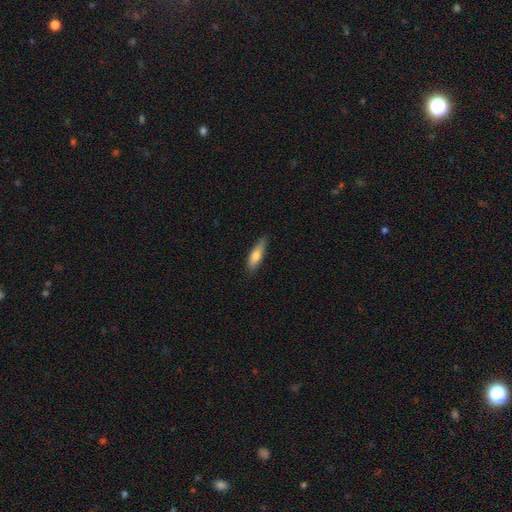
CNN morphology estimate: Smooth or featured?
  - smooth: 75% *
  - featured or disk: 19%
  - star or artifact: 6%
How rounded?
  - cigar-shaped: 53% *
  - in between: 45%
  - round: 2%
Merging?
  - none: 79% *
  - minor disturbance: 17%
  - major disturbance: 3%
  - merger: 1%